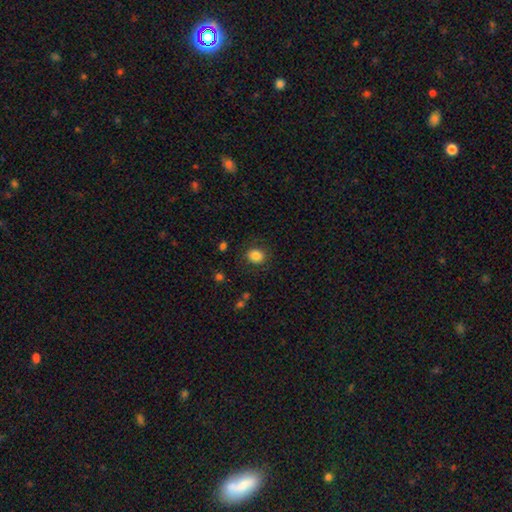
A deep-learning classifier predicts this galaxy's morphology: type=smooth (85%); roundness=round (70%); merging=none (86%).